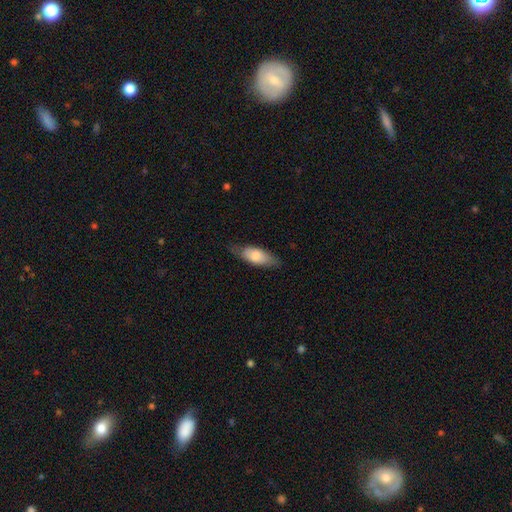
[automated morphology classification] This appears to be a smooth galaxy with no disk features (75%) that is in between round and cigar-shaped (76%). Merging: none (71%).